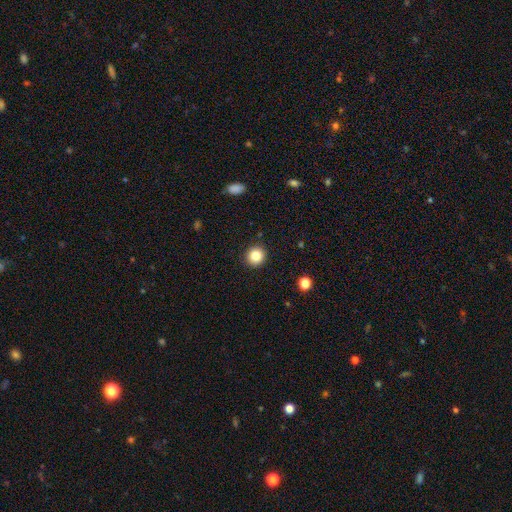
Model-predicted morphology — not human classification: Smooth or featured?
  - smooth: 83% *
  - star or artifact: 10%
  - featured or disk: 6%
How rounded?
  - round: 91% *
  - in between: 8%
  - cigar-shaped: 1%
Merging?
  - none: 92% *
  - minor disturbance: 6%
  - major disturbance: 2%
  - merger: 1%